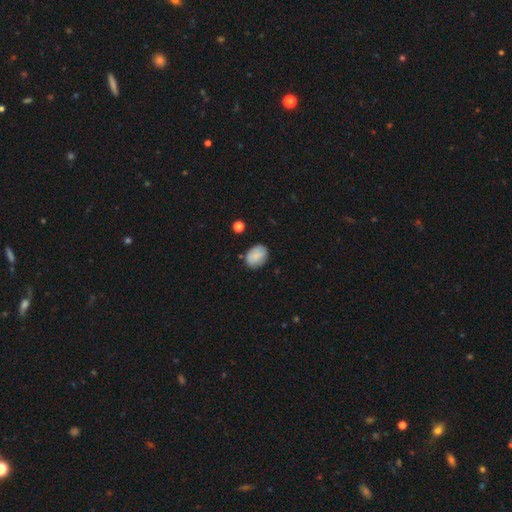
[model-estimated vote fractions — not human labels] The model was most divided on "how rounded": in between: 73%, round: 26%, cigar-shaped: 1%. More confident: smooth or featured — smooth (84%); merging — none (79%).